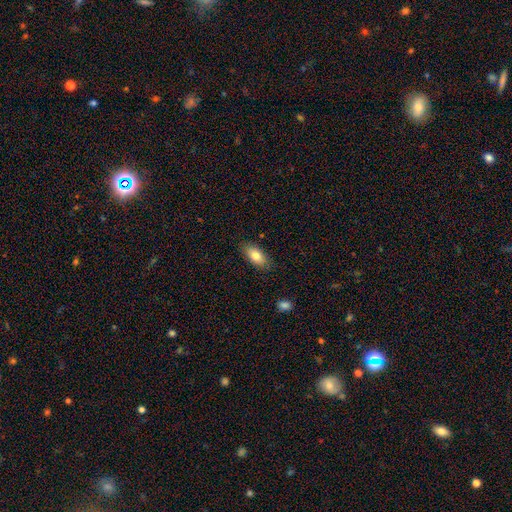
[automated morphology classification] The model was most divided on "smooth or featured": smooth: 79%, featured or disk: 14%, star or artifact: 7%. More confident: how rounded — in between (89%); merging — none (85%).